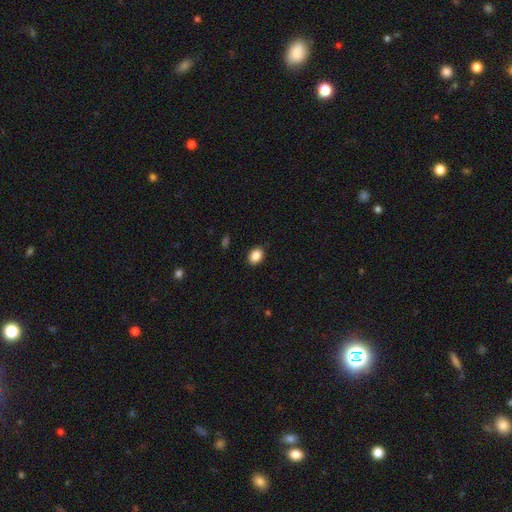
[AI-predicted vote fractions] Smooth or featured?
  - smooth: 88% *
  - star or artifact: 8%
  - featured or disk: 4%
How rounded?
  - in between: 68% *
  - round: 31%
  - cigar-shaped: 1%
Merging?
  - none: 88% *
  - minor disturbance: 9%
  - major disturbance: 2%
  - merger: 1%